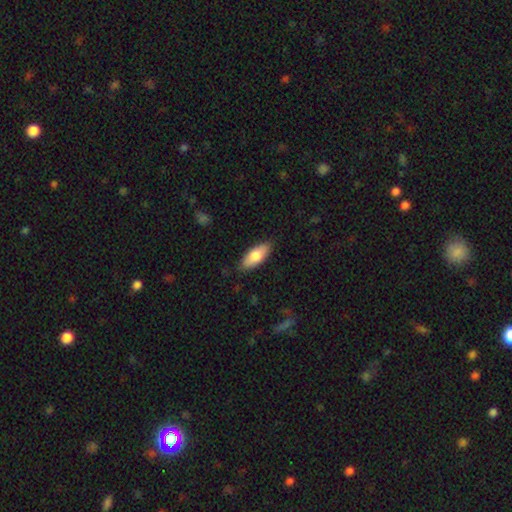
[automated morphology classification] A smooth galaxy with no disk features (76%) that is in between round and cigar-shaped (81%).

Vote fractions:
- Smooth or featured? smooth: 76% / featured or disk: 19% / star or artifact: 5%
- How rounded? in between: 81% / cigar-shaped: 17% / round: 2%
- Merging? none: 85% / minor disturbance: 12% / major disturbance: 2% / merger: 1%